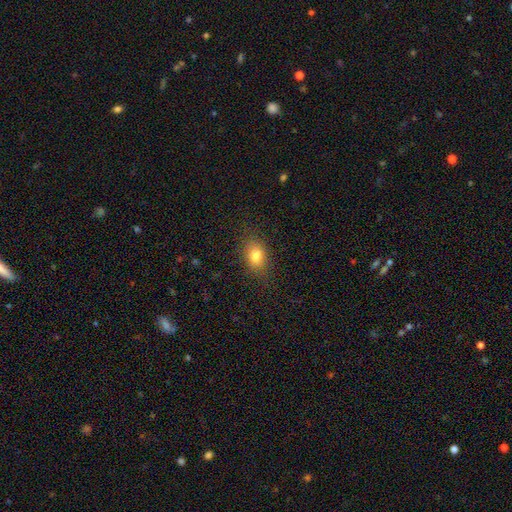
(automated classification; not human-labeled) smooth_or_featured: smooth (p=0.80) [alt: star or artifact p=0.11]
how_rounded: in between (p=0.73) [alt: round p=0.25]
merging: none (p=0.83) [alt: minor disturbance p=0.12]